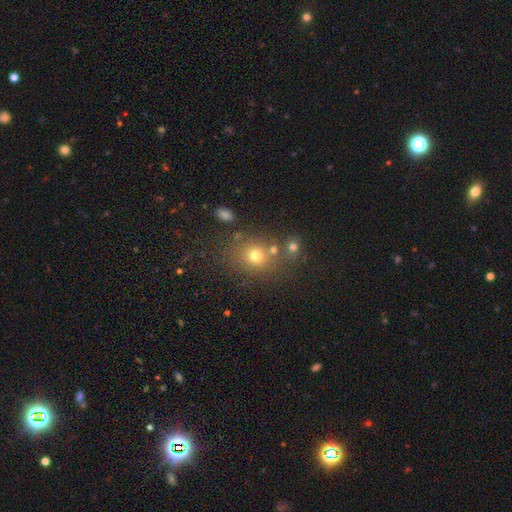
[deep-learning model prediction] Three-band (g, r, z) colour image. It shows a smooth galaxy with no disk features (68%) that is round (72%). Merging: none (67%).